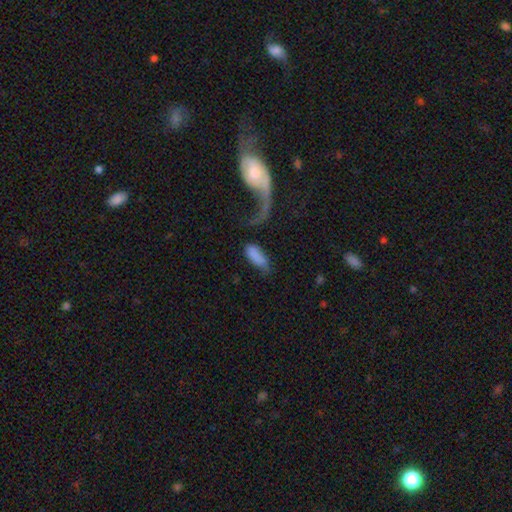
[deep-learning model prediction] Overall: smooth (75%). How rounded: in between (84%). Merging: none (34%; major disturbance 33%).